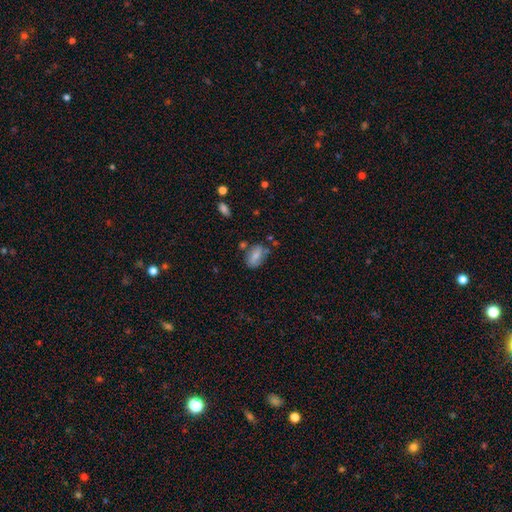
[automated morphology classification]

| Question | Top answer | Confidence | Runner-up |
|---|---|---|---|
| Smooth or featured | smooth | 70% | featured or disk (21%) |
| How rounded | in between | 86% | round (9%) |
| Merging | none | 65% | minor disturbance (21%) |